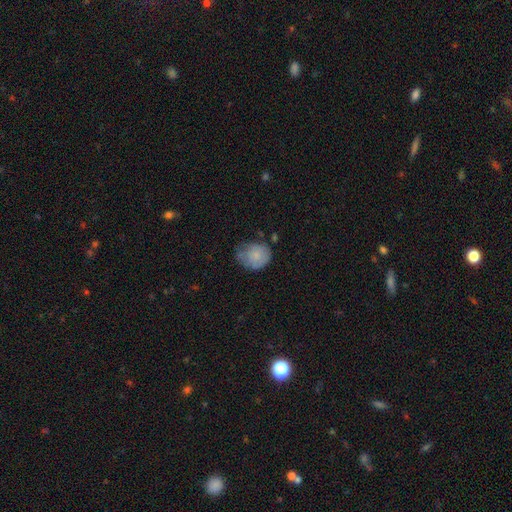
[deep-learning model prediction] smooth_or_featured: smooth (p=0.75) [alt: featured or disk p=0.18]
how_rounded: round (p=0.62) [alt: in between p=0.37]
merging: minor disturbance (p=0.41) [alt: none p=0.40]